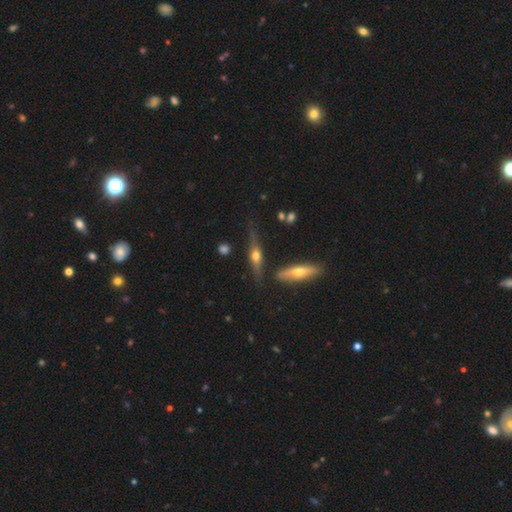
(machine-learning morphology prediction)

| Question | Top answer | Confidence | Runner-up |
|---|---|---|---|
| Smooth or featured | featured or disk | 62% | smooth (30%) |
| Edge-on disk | yes | 93% | no (7%) |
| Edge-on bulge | rounded | 94% | boxy (4%) |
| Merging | none | 73% | minor disturbance (16%) |